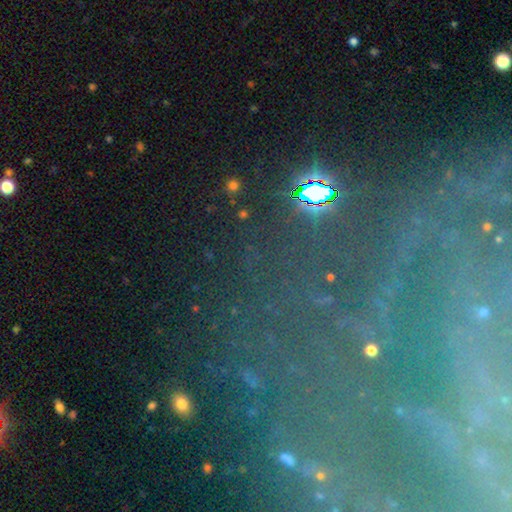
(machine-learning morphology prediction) Smooth or featured? star or artifact (61%)